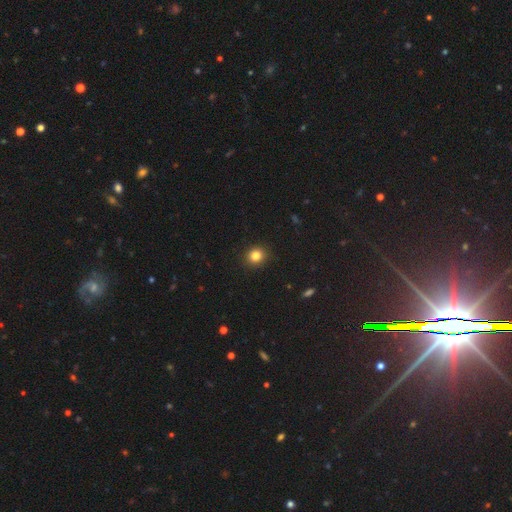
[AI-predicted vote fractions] Smooth or featured? smooth (84%)
How rounded? round (83%)
Merging? none (92%)